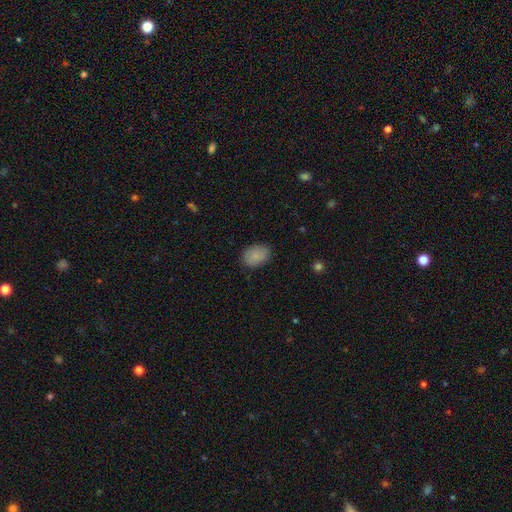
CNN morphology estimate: This is clearly a smooth galaxy (87%). How rounded: likely in between (76%). Merging: clearly none (84%).